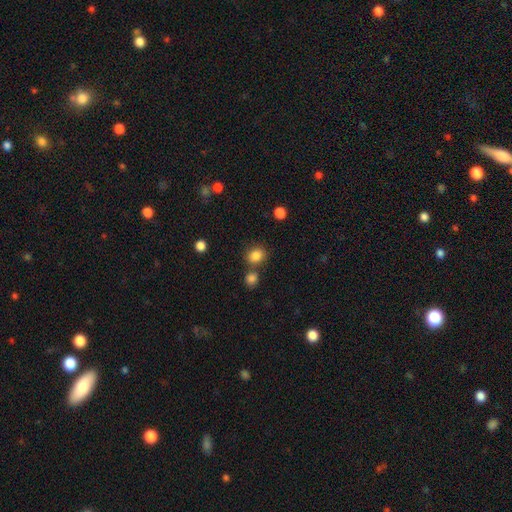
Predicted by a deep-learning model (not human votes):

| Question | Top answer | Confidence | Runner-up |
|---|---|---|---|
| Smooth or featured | smooth | 84% | star or artifact (11%) |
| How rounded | round | 68% | in between (32%) |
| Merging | none | 71% | merger (16%) |